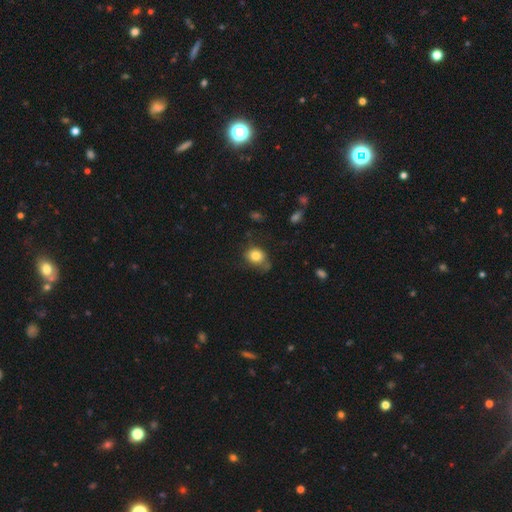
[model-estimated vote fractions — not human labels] Q: Smooth or featured?
A: smooth (81%); runner-up: star or artifact (10%)
Q: How rounded?
A: round (54%); runner-up: in between (45%)
Q: Merging?
A: none (59%); runner-up: minor disturbance (28%)